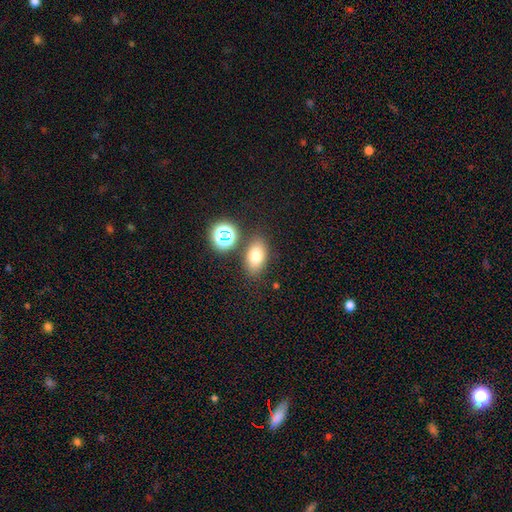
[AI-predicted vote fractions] smooth-or-featured: smooth: 74% | star or artifact: 14% | featured or disk: 12%
  how-rounded: in between: 82% | round: 16% | cigar-shaped: 3%
  merging: none: 79% | minor disturbance: 10% | merger: 7% | major disturbance: 3%